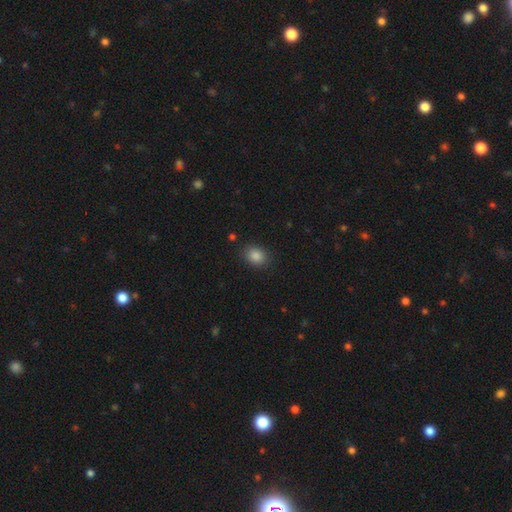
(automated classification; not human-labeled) This is clearly a smooth galaxy (86%). How rounded: possibly in between (56%). Merging: clearly none (86%).